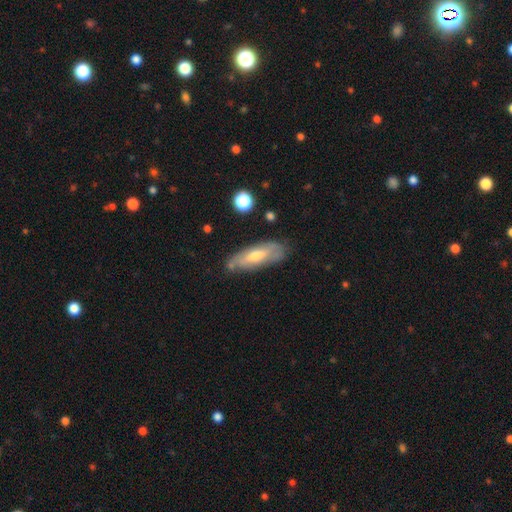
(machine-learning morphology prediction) featured or disk 48%, smooth 45%, star or artifact 7%. Down the decision tree: merging — none (72%).